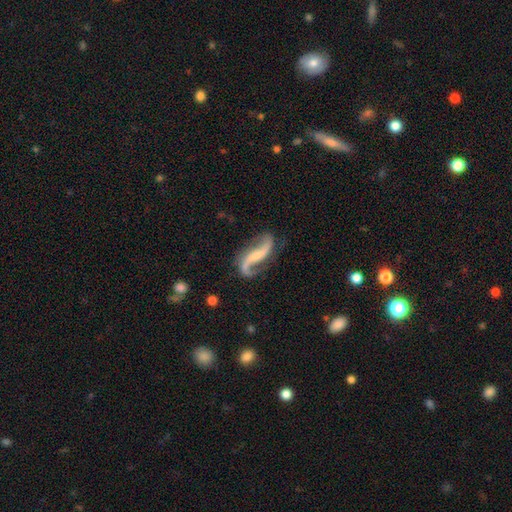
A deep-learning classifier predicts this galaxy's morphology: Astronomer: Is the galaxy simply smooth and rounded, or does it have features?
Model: featured or disk — 88%.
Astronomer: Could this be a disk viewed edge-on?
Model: no — 94%.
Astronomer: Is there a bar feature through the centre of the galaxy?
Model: no — 35% (runner-up: weak, 33%).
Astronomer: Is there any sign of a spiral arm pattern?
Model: yes — 96%.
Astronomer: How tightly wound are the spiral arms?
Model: loose — 80%.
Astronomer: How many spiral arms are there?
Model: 2 — 92%.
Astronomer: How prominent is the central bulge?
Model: small — 41% (runner-up: none, 34%).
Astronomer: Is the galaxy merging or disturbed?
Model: none — 73%.